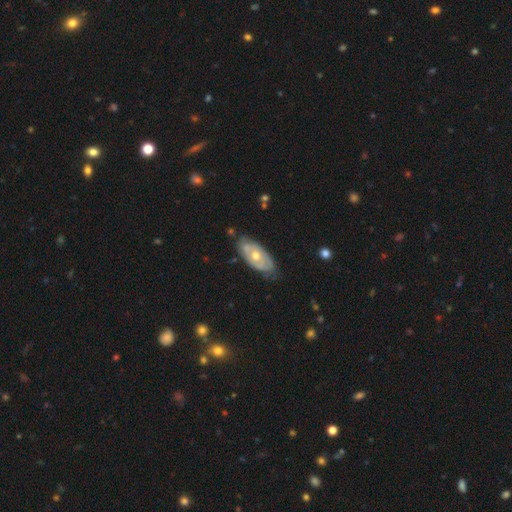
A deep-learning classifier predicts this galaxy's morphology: Q: Smooth or featured?
A: featured or disk (64%); runner-up: smooth (30%)
Q: Edge-on disk?
A: no (87%); runner-up: yes (13%)
Q: Bar?
A: no (86%); runner-up: weak (12%)
Q: Spiral arms?
A: no (55%); runner-up: yes (45%)
Q: Bulge size?
A: moderate (70%); runner-up: small (25%)
Q: Merging?
A: none (73%); runner-up: minor disturbance (21%)